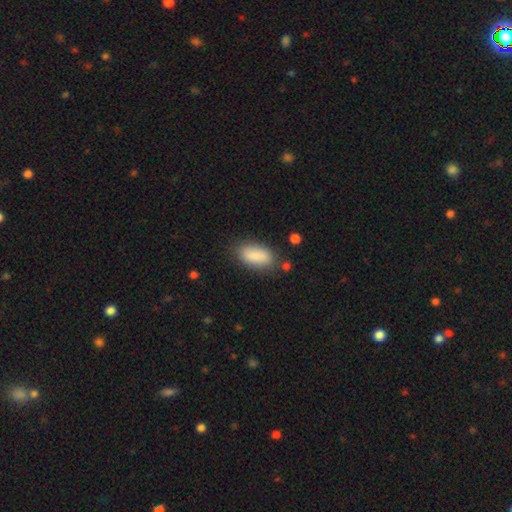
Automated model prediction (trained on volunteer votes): Q: Smooth or featured?
A: smooth (87%); runner-up: star or artifact (7%)
Q: How rounded?
A: in between (88%); runner-up: cigar-shaped (9%)
Q: Merging?
A: none (78%); runner-up: minor disturbance (15%)